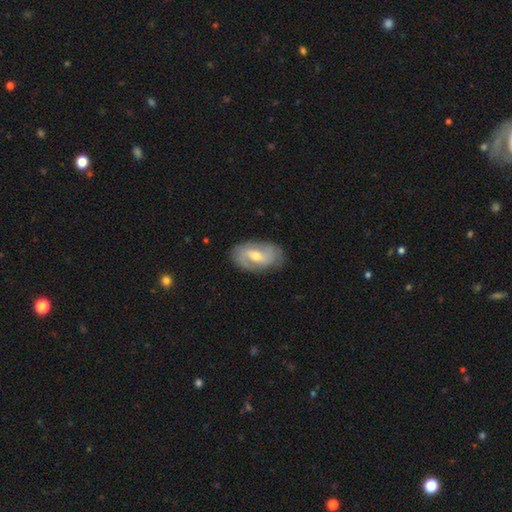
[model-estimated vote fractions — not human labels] featured or disk 71%, smooth 23%, star or artifact 6%. Down the decision tree: edge-on disk — no (95%); bar — weak (52%); spiral arms — yes (86%); spiral arm count — 2 (76%); spiral winding — medium (43%); bulge size — moderate (62%); merging — none (79%).